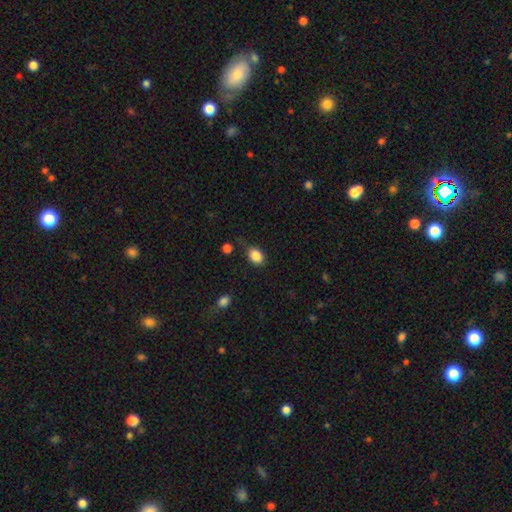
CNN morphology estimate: smooth-or-featured: smooth: 87% | star or artifact: 8% | featured or disk: 5%
  how-rounded: in between: 69% | round: 29% | cigar-shaped: 1%
  merging: none: 70% | minor disturbance: 21% | major disturbance: 6% | merger: 3%